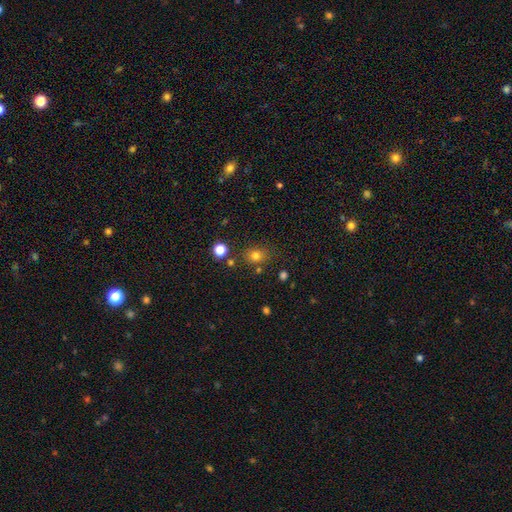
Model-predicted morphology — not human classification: smooth-or-featured: smooth: 77% | star or artifact: 15% | featured or disk: 7%
  how-rounded: round: 60% | in between: 39% | cigar-shaped: 1%
  merging: none: 74% | minor disturbance: 14% | merger: 7% | major disturbance: 5%